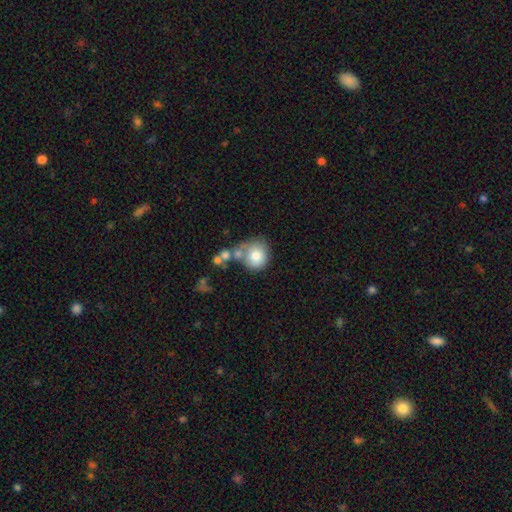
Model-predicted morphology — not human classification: Overall: smooth (74%). How rounded: round (82%). Merging: none (39%; merger 36%).